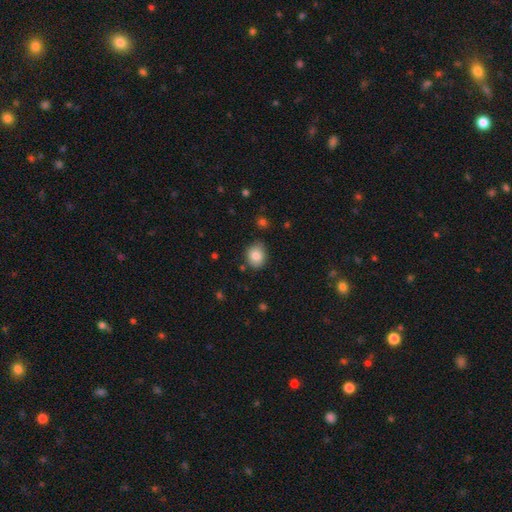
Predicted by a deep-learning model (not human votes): This appears to be a smooth galaxy with no disk features (83%) that is round (56%). Merging: none (82%).